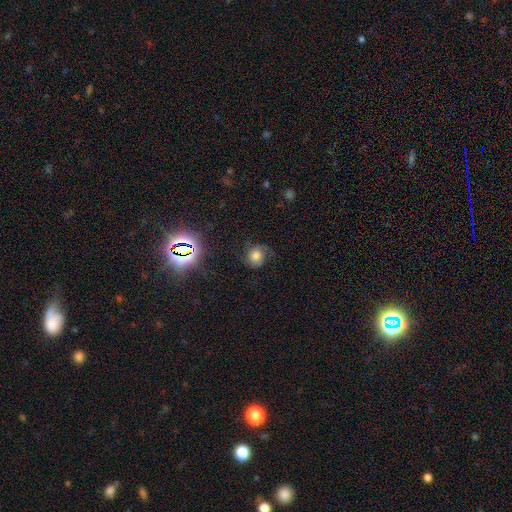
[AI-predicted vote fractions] A smooth galaxy with no disk features (54%) that is round (78%).

Vote fractions:
- Smooth or featured? smooth: 54% / featured or disk: 29% / star or artifact: 17%
- How rounded? round: 78% / in between: 21% / cigar-shaped: 1%
- Merging? none: 58% / minor disturbance: 23% / major disturbance: 17% / merger: 2%